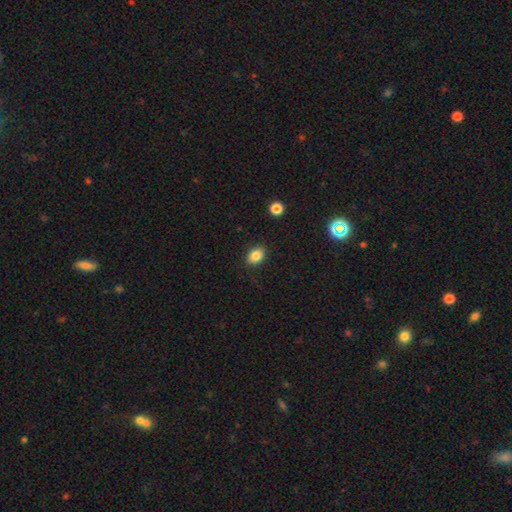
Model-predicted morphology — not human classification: This is clearly a smooth galaxy (85%). How rounded: likely in between (74%). Merging: clearly none (88%).